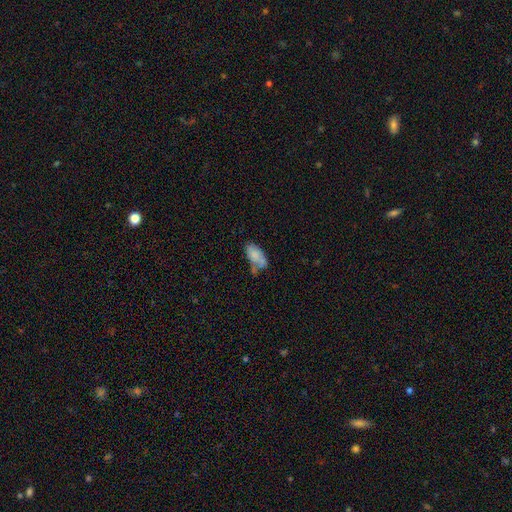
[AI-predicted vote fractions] Smooth or featured? smooth (73%)
How rounded? in between (92%)
Merging? none (38%)